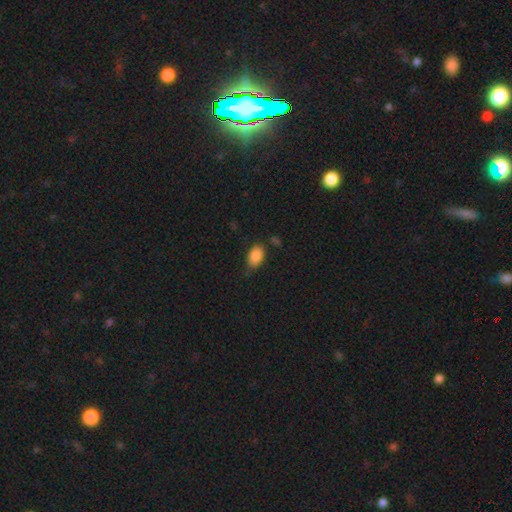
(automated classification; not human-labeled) Smooth or featured: smooth — 87% (star or artifact — 8%)
How rounded: in between — 89% (round — 9%)
Merging: none — 72% (minor disturbance — 21%)